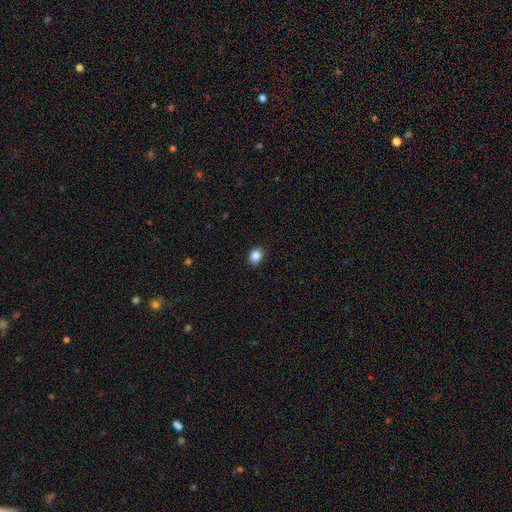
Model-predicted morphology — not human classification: This is clearly a smooth galaxy (86%). How rounded: possibly in between (50%). Merging: clearly none (89%).